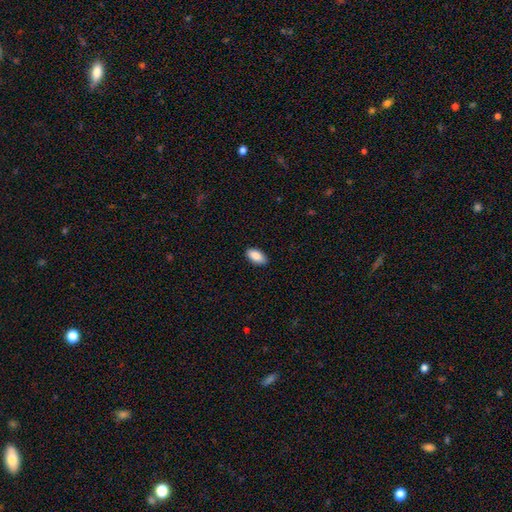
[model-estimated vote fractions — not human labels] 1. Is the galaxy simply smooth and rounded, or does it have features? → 88% smooth, 6% star or artifact, 5% featured or disk.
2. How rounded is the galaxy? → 94% in between, 4% cigar-shaped, 3% round.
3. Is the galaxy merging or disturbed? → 89% none, 9% minor disturbance, 2% major disturbance, 1% merger.